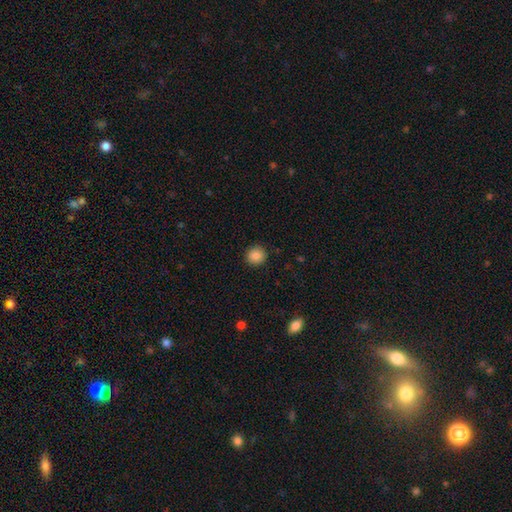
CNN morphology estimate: This is clearly a smooth galaxy (85%). How rounded: clearly round (93%). Merging: clearly none (92%).